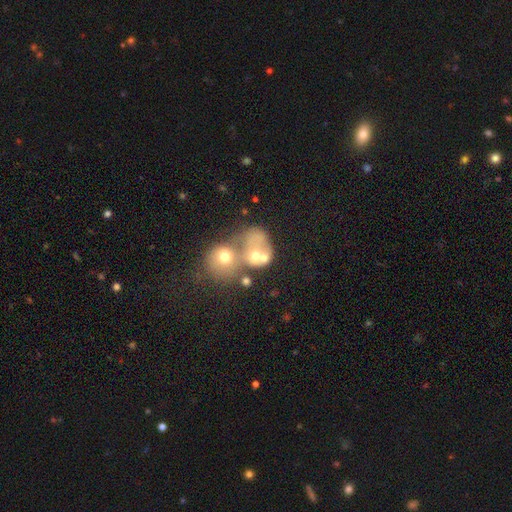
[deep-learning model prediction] smooth 54%, featured or disk 31%, star or artifact 15%. Down the decision tree: how rounded — round (62%); merging — merger (66%).